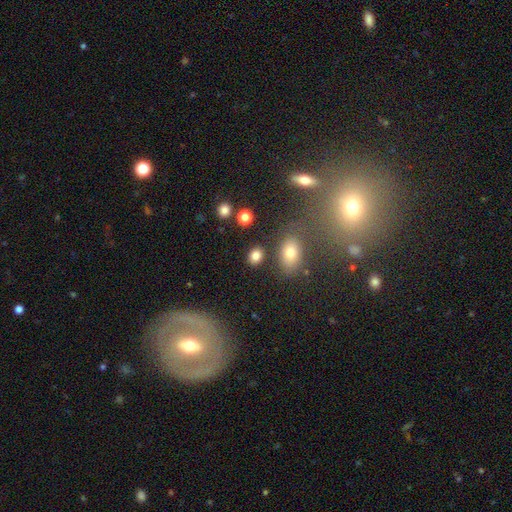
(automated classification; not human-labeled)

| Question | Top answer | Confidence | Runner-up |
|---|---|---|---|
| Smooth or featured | smooth | 83% | star or artifact (11%) |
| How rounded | in between | 57% | round (41%) |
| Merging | none | 81% | minor disturbance (10%) |